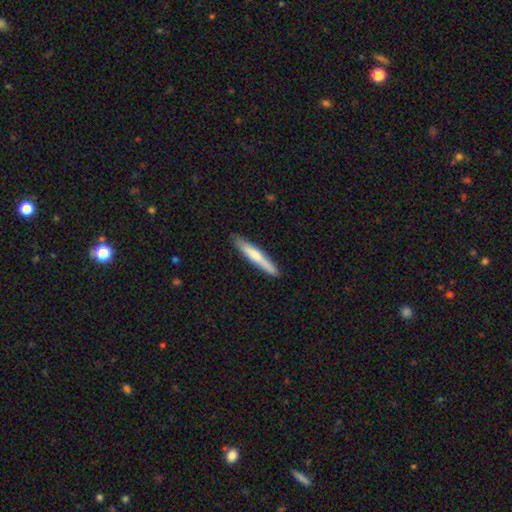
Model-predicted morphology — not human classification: type=smooth (65%); roundness=cigar-shaped (94%); merging=none (88%).